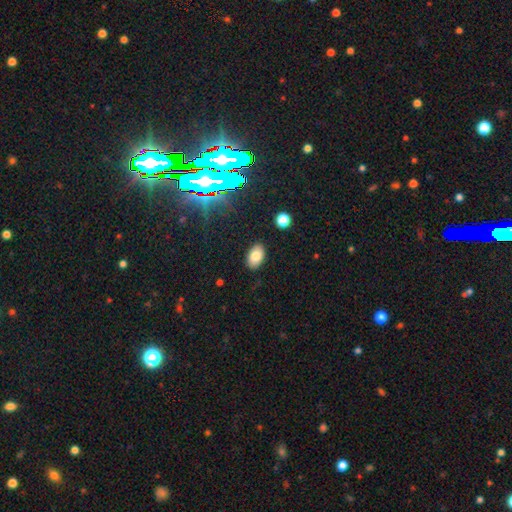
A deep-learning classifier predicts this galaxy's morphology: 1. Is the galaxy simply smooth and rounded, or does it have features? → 80% smooth, 11% star or artifact, 9% featured or disk.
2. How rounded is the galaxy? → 92% in between, 7% round, 1% cigar-shaped.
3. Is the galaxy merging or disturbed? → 87% none, 9% minor disturbance, 2% major disturbance, 1% merger.